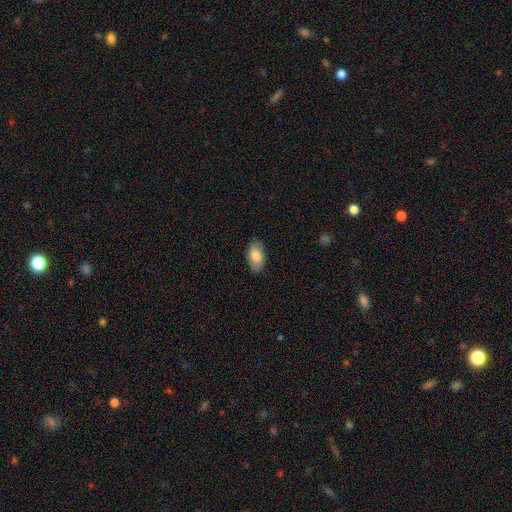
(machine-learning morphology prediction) This appears to be a smooth galaxy with no disk features (83%) that is in between round and cigar-shaped (94%). Merging: none (85%).